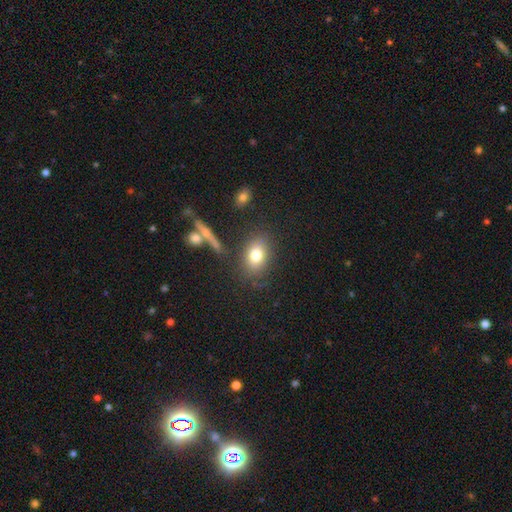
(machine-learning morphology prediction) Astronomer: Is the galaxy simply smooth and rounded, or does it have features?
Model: smooth — 62%.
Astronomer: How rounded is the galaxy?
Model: in between — 64%.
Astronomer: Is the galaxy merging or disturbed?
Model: none — 78%.